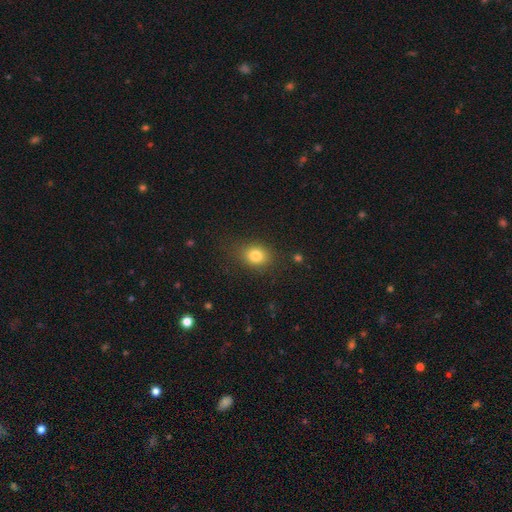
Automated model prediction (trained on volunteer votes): smooth_or_featured: smooth (p=0.81) [alt: star or artifact p=0.11]
how_rounded: round (p=0.49) [tied with: in between p=0.49]
merging: none (p=0.80) [alt: minor disturbance p=0.13]